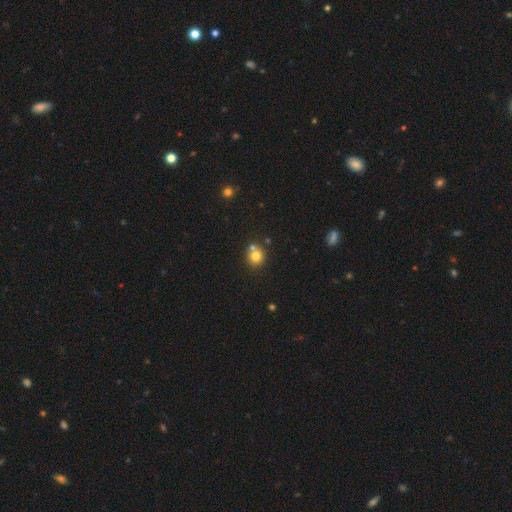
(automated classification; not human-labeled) The model was most divided on "merging": none: 62%, merger: 26%, minor disturbance: 9%, major disturbance: 2%. More confident: how rounded — round (86%); smooth or featured — smooth (77%).